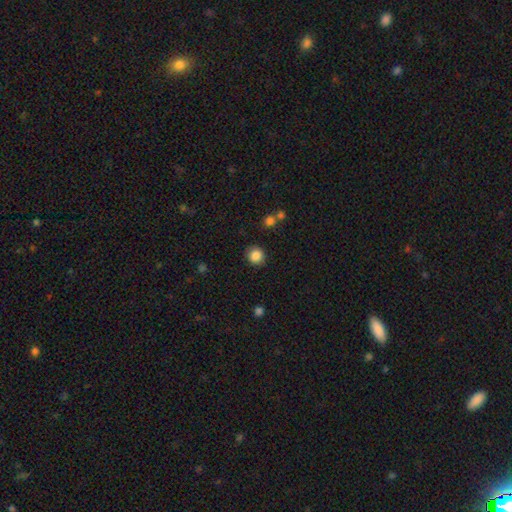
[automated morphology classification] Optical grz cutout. It shows a smooth galaxy with no disk features (86%) that is round (88%). Merging: none (88%).